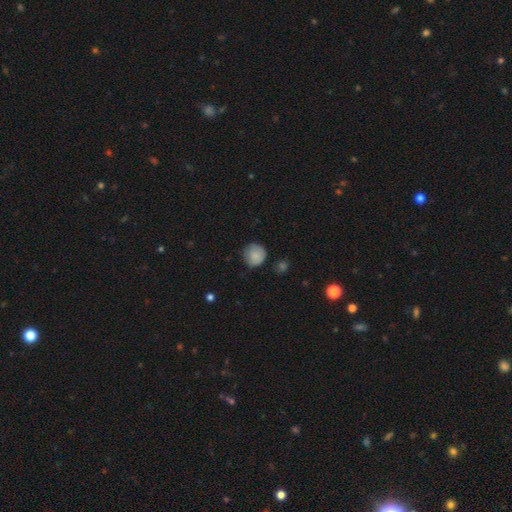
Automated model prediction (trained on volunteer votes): smooth 84%, star or artifact 8%, featured or disk 8%. Down the decision tree: how rounded — round (89%); merging — none (71%).